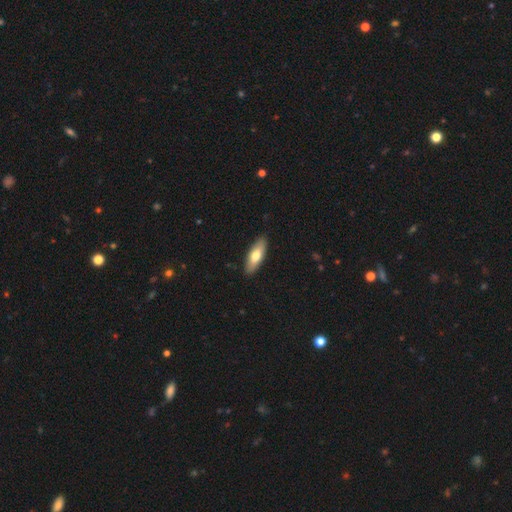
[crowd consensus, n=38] smooth_or_featured: smooth (p=0.71) [alt: featured or disk p=0.26]
how_rounded: in between (p=0.74) [alt: cigar-shaped p=0.26]
merging: none (p=1.00)